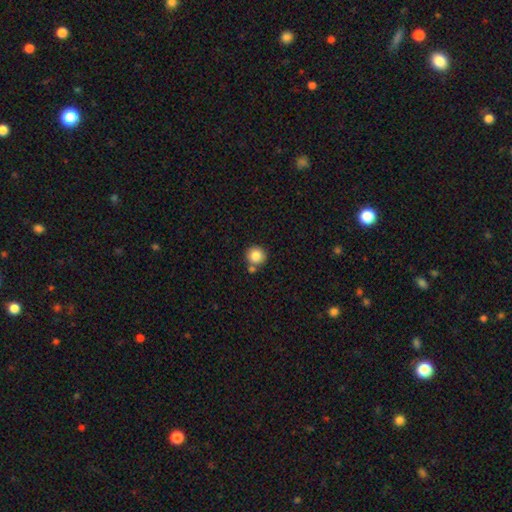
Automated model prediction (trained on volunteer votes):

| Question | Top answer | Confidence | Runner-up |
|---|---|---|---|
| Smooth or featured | smooth | 85% | star or artifact (9%) |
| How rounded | round | 93% | in between (6%) |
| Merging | none | 71% | merger (17%) |